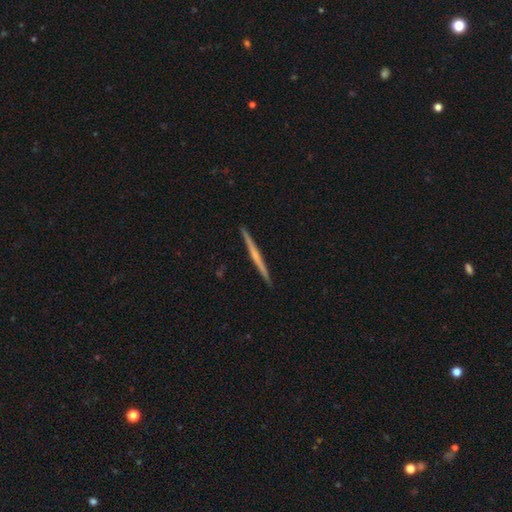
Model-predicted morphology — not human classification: featured or disk 63%, smooth 32%, star or artifact 5%. Down the decision tree: edge-on disk — yes (98%); edge-on bulge — none (69%); merging — none (93%).